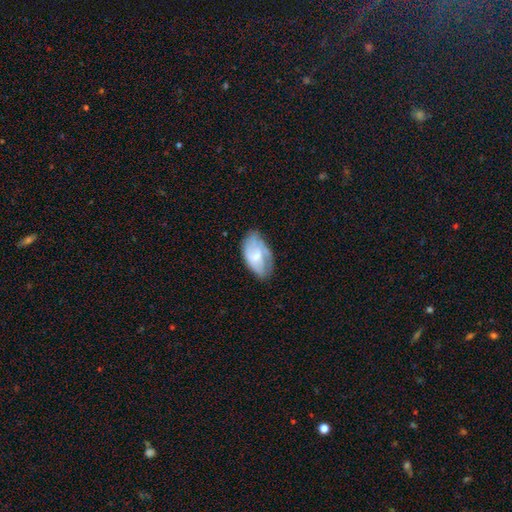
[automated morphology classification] Smooth or featured? Predicted: smooth (p=0.48). Merging? Predicted: none (p=0.57).